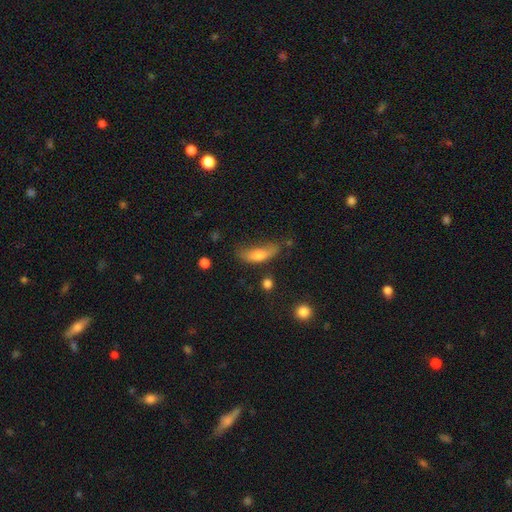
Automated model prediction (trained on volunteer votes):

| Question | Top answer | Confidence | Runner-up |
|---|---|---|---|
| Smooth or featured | smooth | 62% | featured or disk (27%) |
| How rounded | in between | 55% | cigar-shaped (41%) |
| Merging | none | 43% | minor disturbance (32%) |